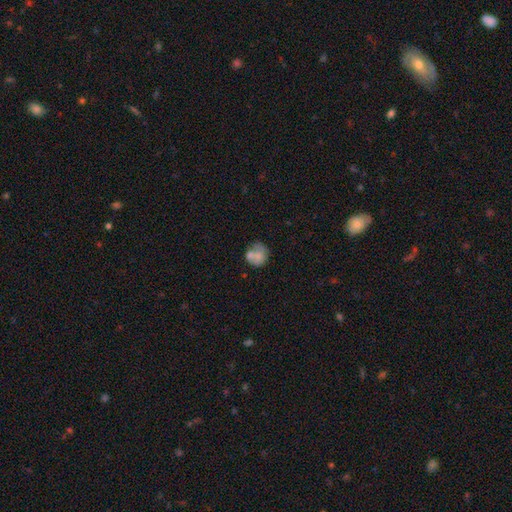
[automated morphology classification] Q: Smooth or featured?
A: smooth (63%); runner-up: featured or disk (29%)
Q: How rounded?
A: round (74%); runner-up: in between (25%)
Q: Merging?
A: none (39%); runner-up: merger (32%)